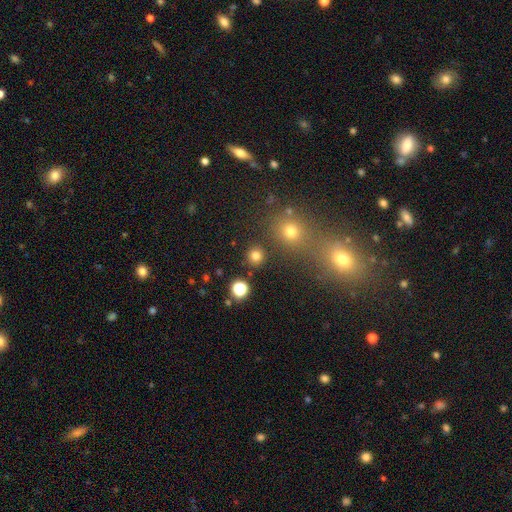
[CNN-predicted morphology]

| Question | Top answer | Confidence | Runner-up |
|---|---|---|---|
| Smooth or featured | smooth | 78% | star or artifact (16%) |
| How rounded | round | 93% | in between (6%) |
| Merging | none | 88% | minor disturbance (6%) |